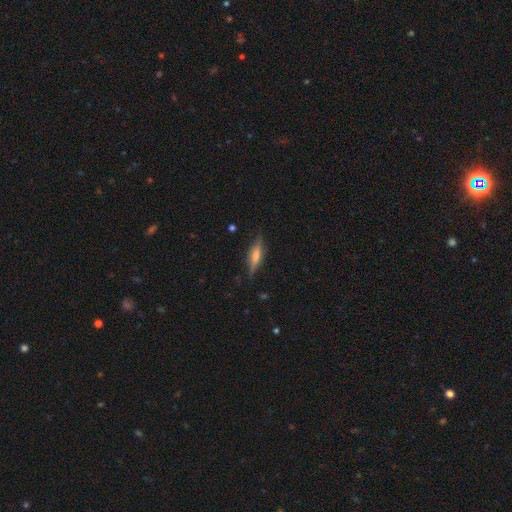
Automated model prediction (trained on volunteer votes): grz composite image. It shows a featured or disk galaxy (58%) viewed edge-on (94%) with a rounded central bulge (60%). Merging: none (83%).